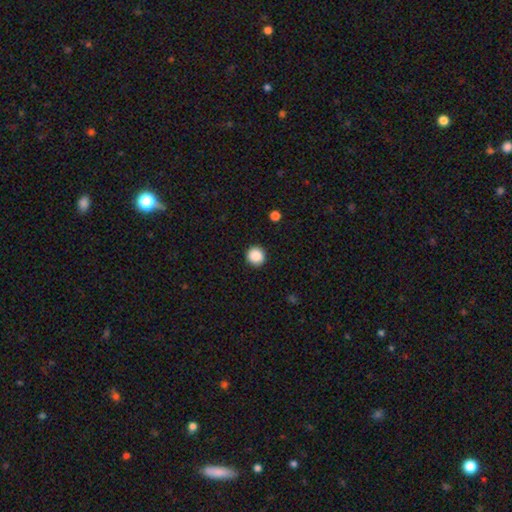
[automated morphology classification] Smooth or featured? Predicted: smooth (p=0.88). How rounded? Predicted: round (p=0.94). Merging? Predicted: none (p=0.92).